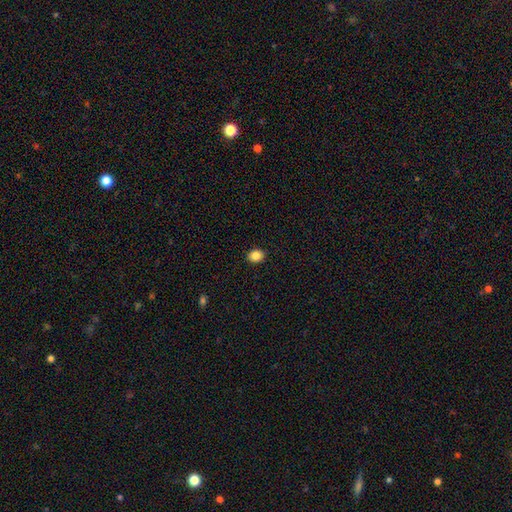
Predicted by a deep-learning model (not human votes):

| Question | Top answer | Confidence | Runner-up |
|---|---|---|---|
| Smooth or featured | smooth | 86% | star or artifact (10%) |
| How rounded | round | 60% | in between (39%) |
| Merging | none | 91% | minor disturbance (6%) |